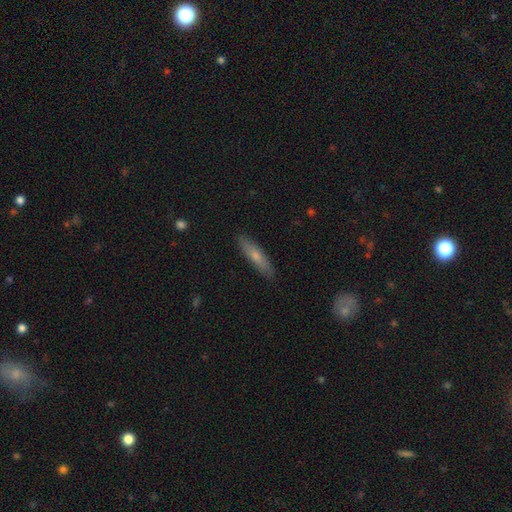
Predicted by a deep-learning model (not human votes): Morphology: type=smooth (60%); roundness=cigar-shaped (81%); merging=none (88%).